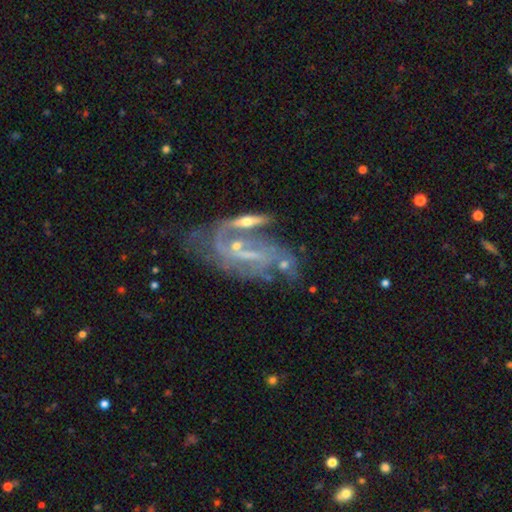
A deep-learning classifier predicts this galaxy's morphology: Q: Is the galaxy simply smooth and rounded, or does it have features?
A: featured or disk — 82%.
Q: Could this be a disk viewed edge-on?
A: no — 93%.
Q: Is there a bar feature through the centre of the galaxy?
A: weak — 43%.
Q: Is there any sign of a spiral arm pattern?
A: yes — 85%.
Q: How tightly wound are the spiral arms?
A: medium — 44%.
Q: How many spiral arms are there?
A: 2 — 56%.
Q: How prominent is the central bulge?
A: small — 64%.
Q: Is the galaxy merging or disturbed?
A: merger — 39%.